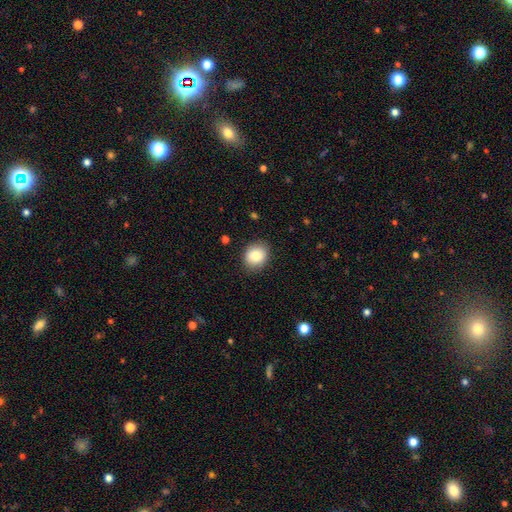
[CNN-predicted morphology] smooth-or-featured: smooth: 82% | star or artifact: 9% | featured or disk: 9%
  how-rounded: round: 69% | in between: 30% | cigar-shaped: 1%
  merging: none: 88% | minor disturbance: 9% | major disturbance: 2% | merger: 1%